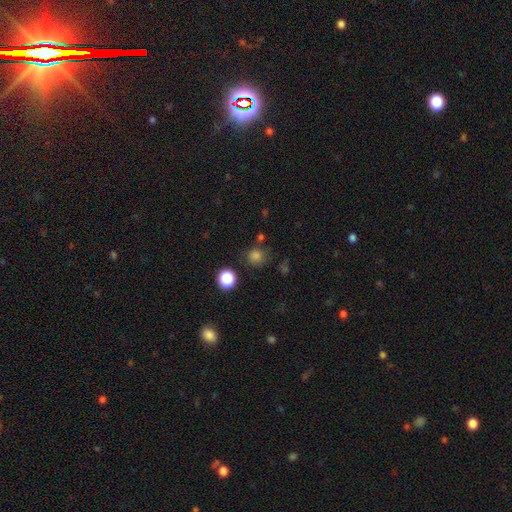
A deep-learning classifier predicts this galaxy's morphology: Smooth or featured?
  - smooth: 77% *
  - star or artifact: 18%
  - featured or disk: 5%
How rounded?
  - round: 86% *
  - in between: 13%
  - cigar-shaped: 1%
Merging?
  - none: 75% *
  - minor disturbance: 14%
  - merger: 6%
  - major disturbance: 5%